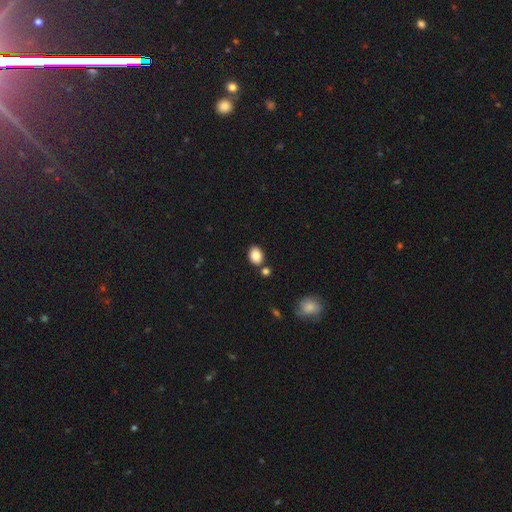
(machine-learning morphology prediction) A smooth galaxy with no disk features (86%) that is in between round and cigar-shaped (69%). Merging: none (76%).